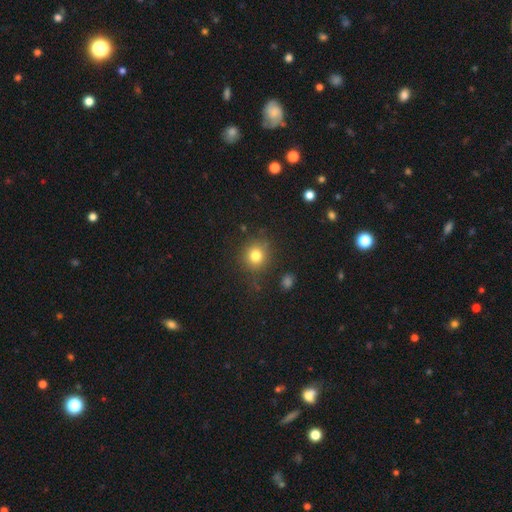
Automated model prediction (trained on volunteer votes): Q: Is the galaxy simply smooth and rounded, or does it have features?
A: smooth — 80%.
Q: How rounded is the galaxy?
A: round — 87%.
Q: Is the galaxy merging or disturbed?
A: none — 83%.